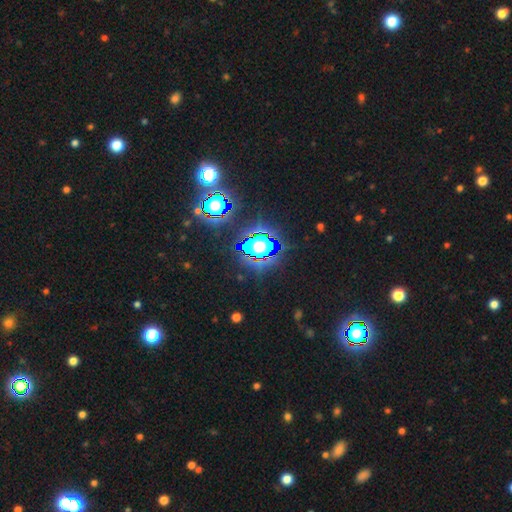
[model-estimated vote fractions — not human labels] Smooth or featured?
  - star or artifact: 83% *
  - smooth: 10%
  - featured or disk: 7%